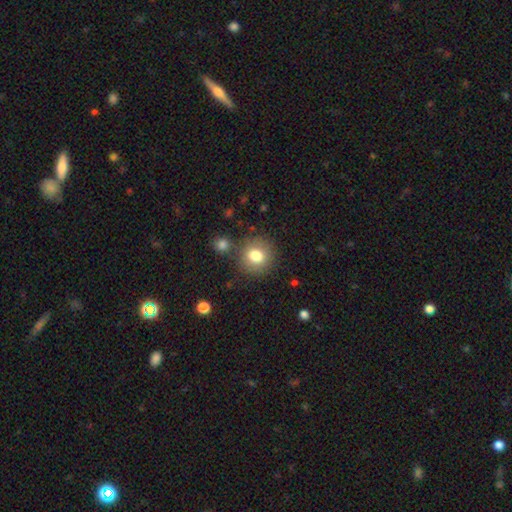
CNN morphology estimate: smooth_or_featured: smooth (p=0.80) [alt: star or artifact p=0.10]
how_rounded: round (p=0.88) [alt: in between p=0.11]
merging: none (p=0.80) [alt: minor disturbance p=0.09]